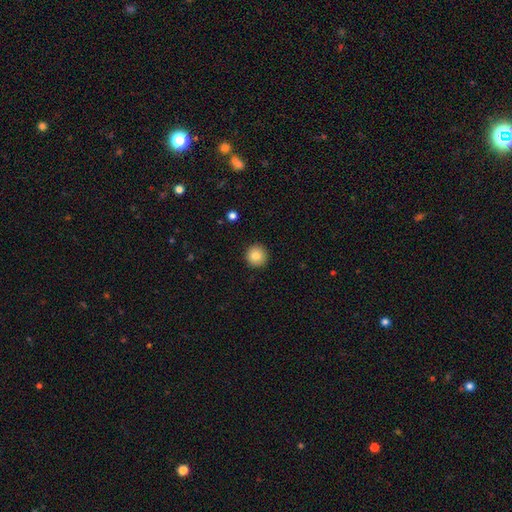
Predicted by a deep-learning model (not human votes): Smooth or featured? Predicted: smooth (p=0.82). How rounded? Predicted: round (p=0.95). Merging? Predicted: none (p=0.92).